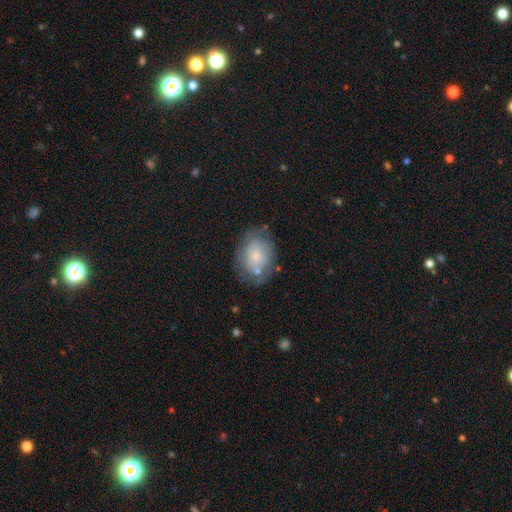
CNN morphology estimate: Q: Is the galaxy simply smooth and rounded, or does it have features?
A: smooth — 61%.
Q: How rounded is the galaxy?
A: in between — 72%.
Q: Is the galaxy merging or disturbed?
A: none — 61%.